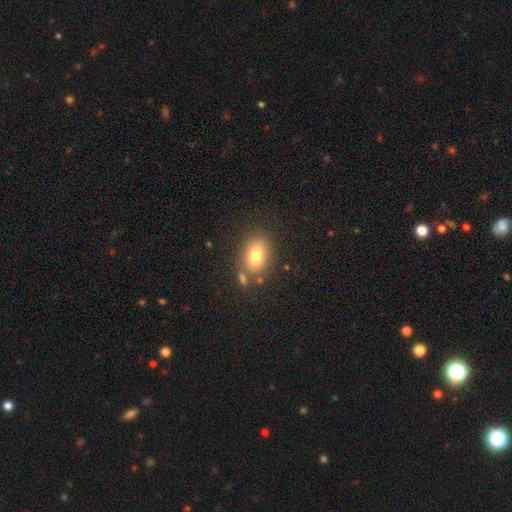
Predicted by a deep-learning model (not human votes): smooth_or_featured: smooth (p=0.77) [alt: featured or disk p=0.12]
how_rounded: in between (p=0.78) [alt: round p=0.20]
merging: none (p=0.74) [alt: minor disturbance p=0.13]